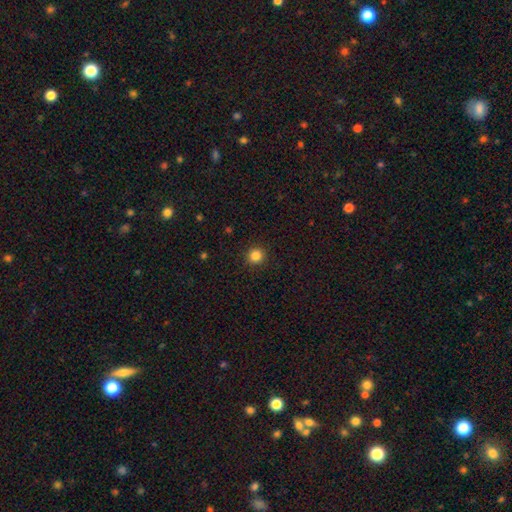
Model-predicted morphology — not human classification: This appears to be a smooth galaxy with no disk features (84%) that is round (93%). Merging: none (92%).